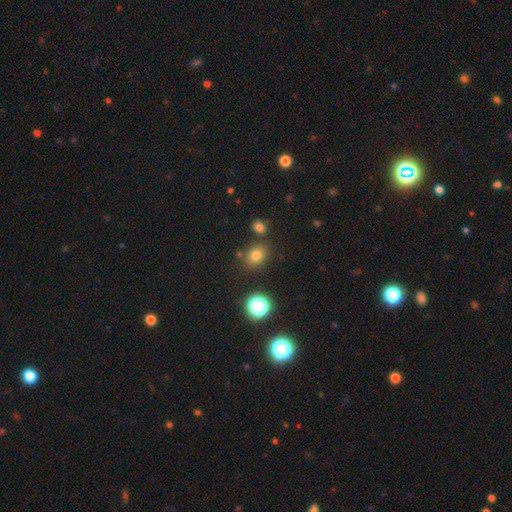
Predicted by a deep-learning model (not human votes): This is likely a smooth galaxy (75%). How rounded: possibly round (54%). Merging: likely none (78%).